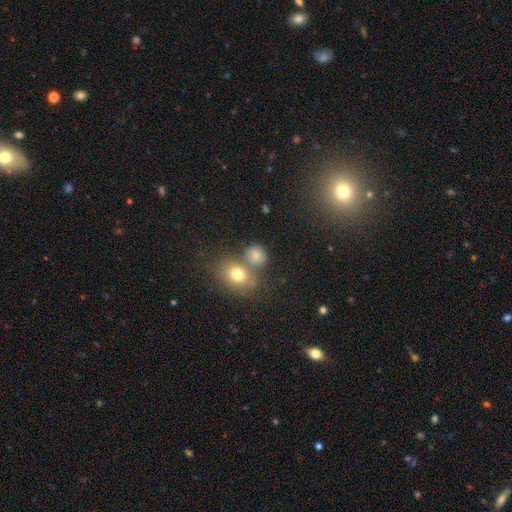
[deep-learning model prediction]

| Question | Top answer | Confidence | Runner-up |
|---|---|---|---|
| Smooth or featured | smooth | 77% | star or artifact (13%) |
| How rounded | round | 67% | in between (32%) |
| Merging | none | 55% | merger (31%) |